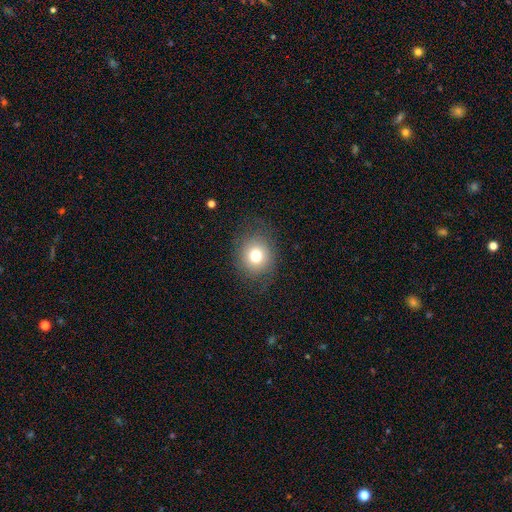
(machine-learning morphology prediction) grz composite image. It shows a smooth galaxy with no disk features (74%) that is round (71%). Merging: none (78%).